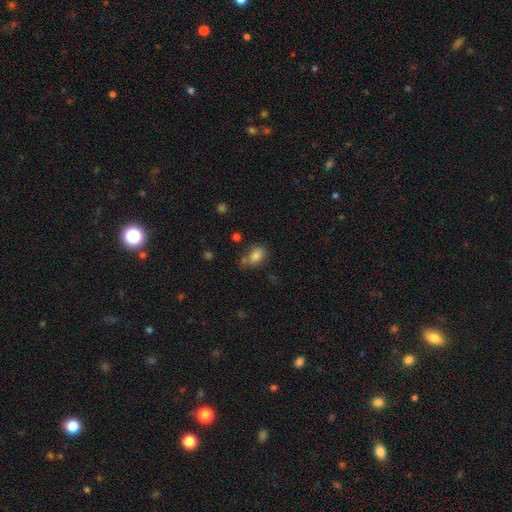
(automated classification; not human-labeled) Smooth or featured?
  - smooth: 82% *
  - star or artifact: 10%
  - featured or disk: 9%
How rounded?
  - in between: 82% *
  - round: 16%
  - cigar-shaped: 2%
Merging?
  - none: 59% *
  - minor disturbance: 22%
  - merger: 12%
  - major disturbance: 7%